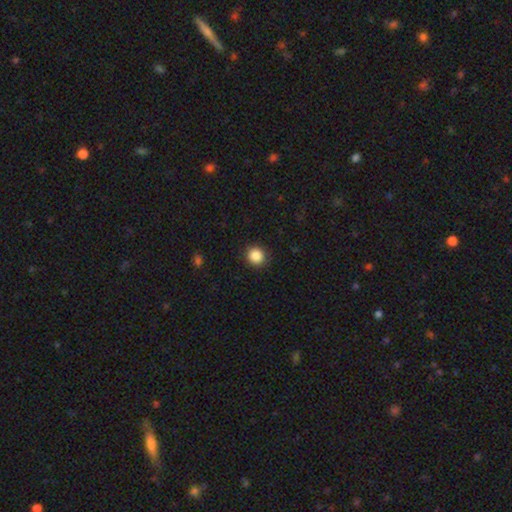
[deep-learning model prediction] smooth_or_featured: smooth (p=0.87) [alt: star or artifact p=0.10]
how_rounded: round (p=0.90) [alt: in between p=0.09]
merging: none (p=0.91) [alt: minor disturbance p=0.06]